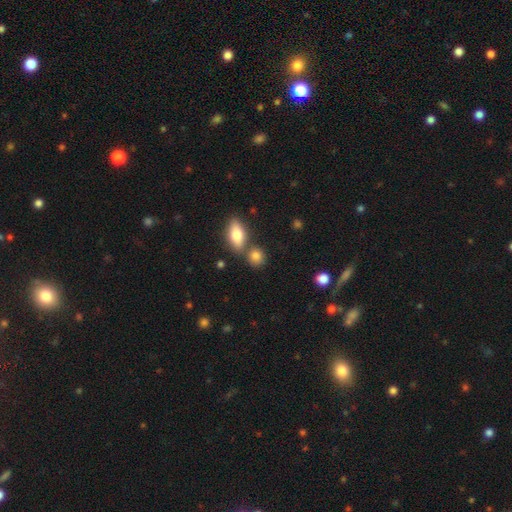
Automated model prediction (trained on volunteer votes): Smooth or featured? Predicted: smooth (p=0.83). How rounded? Predicted: round (p=0.61). Merging? Predicted: none (p=0.65).